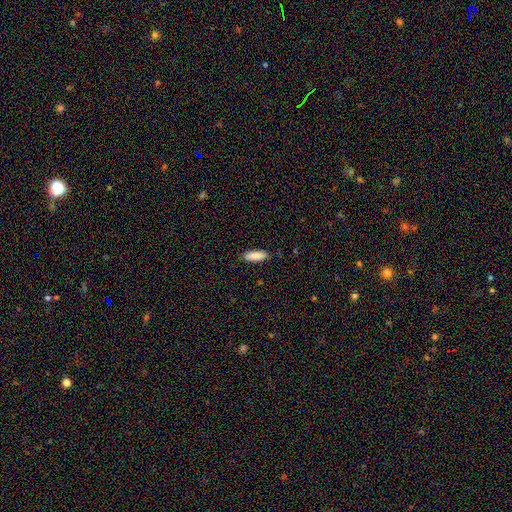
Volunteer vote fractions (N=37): A smooth galaxy with no disk features (89%) that is in between round and cigar-shaped (67%).

Vote fractions:
- Smooth or featured? smooth: 89% / featured or disk: 5% / star or artifact: 5%
- How rounded? in between: 67% / cigar-shaped: 33% / round: 0%
- Merging? none: 89% / minor disturbance: 6% / major disturbance: 3% / merger: 3%